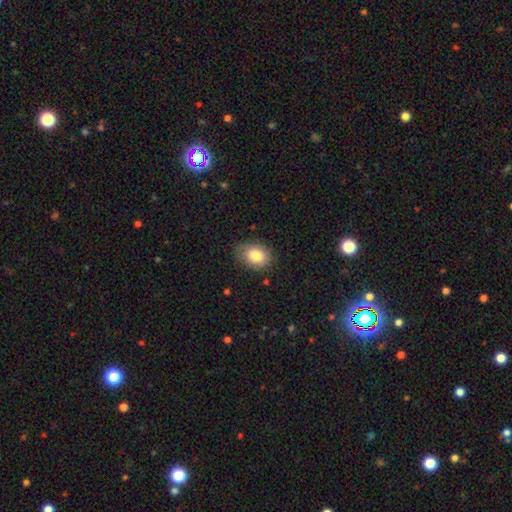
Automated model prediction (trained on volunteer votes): Overall: smooth (83%). How rounded: in between (68%; round 31%). Merging: none (76%).